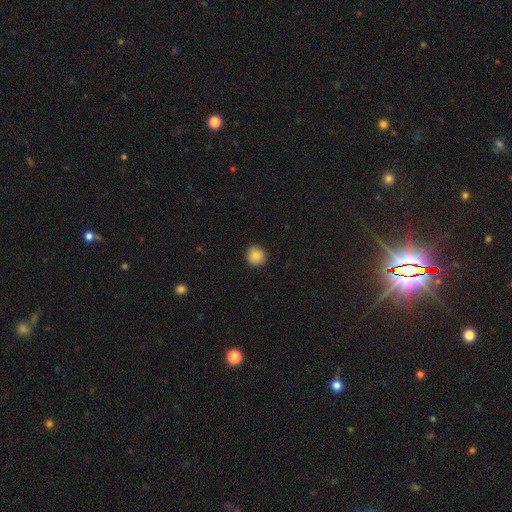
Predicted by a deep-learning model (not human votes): Smooth or featured: smooth — 86% (star or artifact — 9%)
How rounded: round — 94% (in between — 5%)
Merging: none — 91% (minor disturbance — 6%)